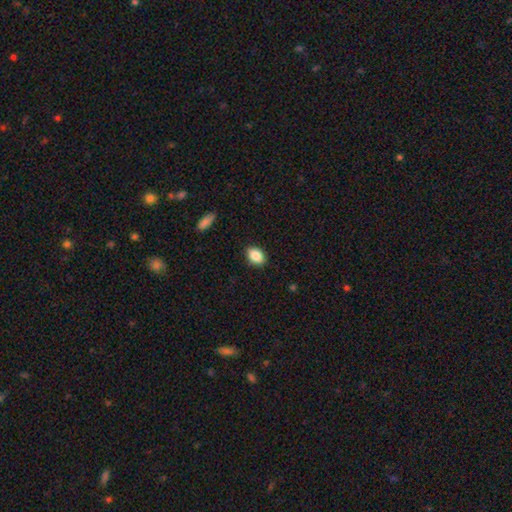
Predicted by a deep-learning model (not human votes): This appears to be a smooth galaxy with no disk features (87%) that is in between round and cigar-shaped (82%). Merging: none (88%).